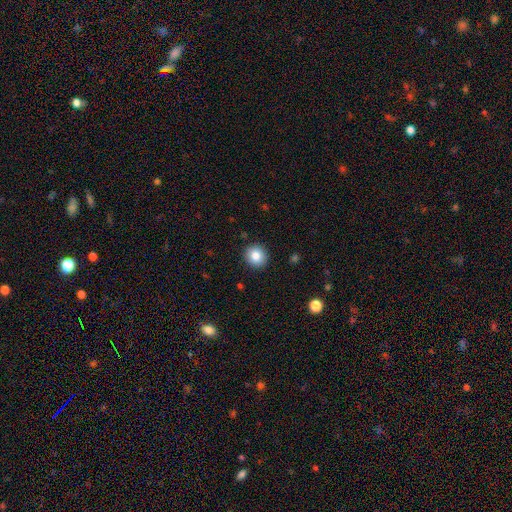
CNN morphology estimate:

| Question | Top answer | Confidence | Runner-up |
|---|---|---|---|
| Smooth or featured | smooth | 83% | star or artifact (10%) |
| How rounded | round | 92% | in between (7%) |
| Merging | none | 92% | minor disturbance (6%) |